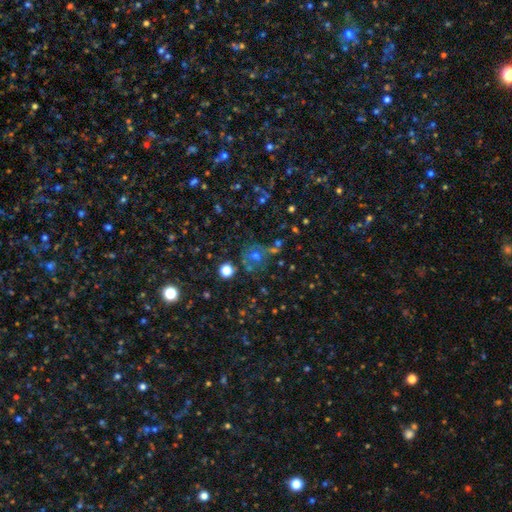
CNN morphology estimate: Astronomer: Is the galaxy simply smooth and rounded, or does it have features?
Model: smooth — 44% (runner-up: star or artifact, 41%).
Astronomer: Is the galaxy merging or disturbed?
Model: none — 62%.